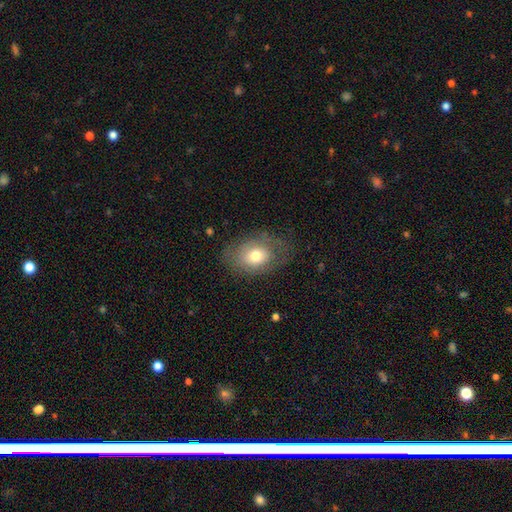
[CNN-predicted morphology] This appears to be a smooth galaxy with no disk features (66%) that is in between round and cigar-shaped (72%). Merging: none (68%).